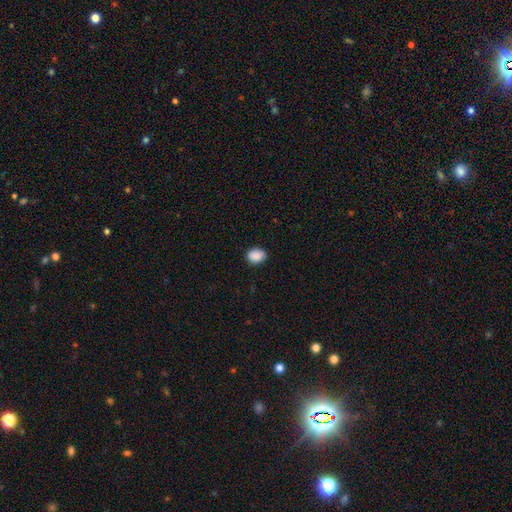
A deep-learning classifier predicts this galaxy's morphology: smooth 88%, star or artifact 8%, featured or disk 4%. Down the decision tree: how rounded — in between (56%); merging — none (82%).